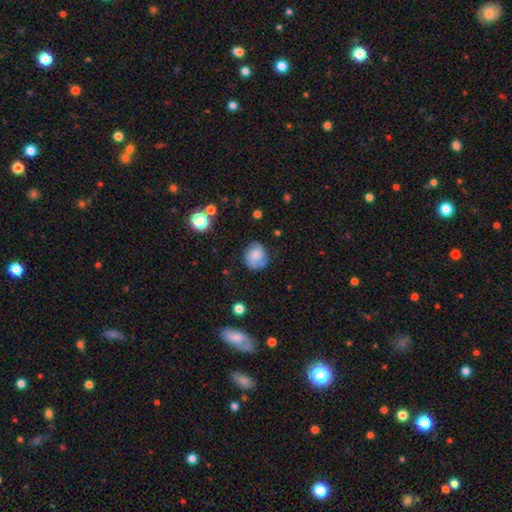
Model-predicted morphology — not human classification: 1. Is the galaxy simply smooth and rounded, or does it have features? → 50% smooth, 41% featured or disk, 10% star or artifact.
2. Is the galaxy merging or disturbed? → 67% none, 22% minor disturbance, 8% major disturbance, 4% merger.